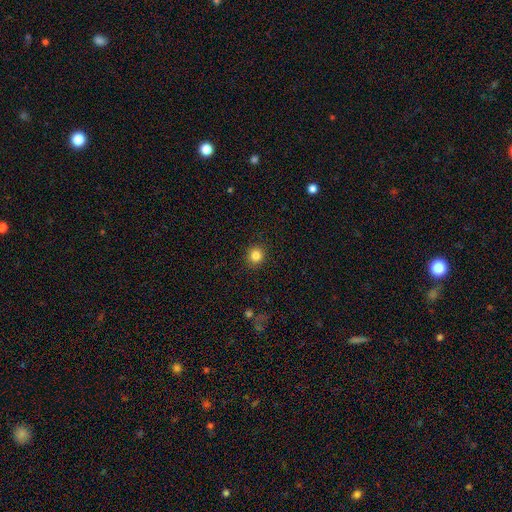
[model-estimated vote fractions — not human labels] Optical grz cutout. It shows a smooth galaxy with no disk features (83%) that is round (90%). Merging: none (91%).